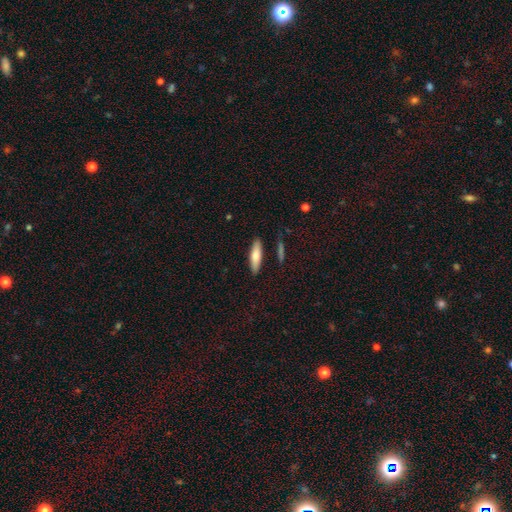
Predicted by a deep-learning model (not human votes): smooth 73%, featured or disk 21%, star or artifact 6%. Down the decision tree: how rounded — cigar-shaped (66%); merging — none (86%).